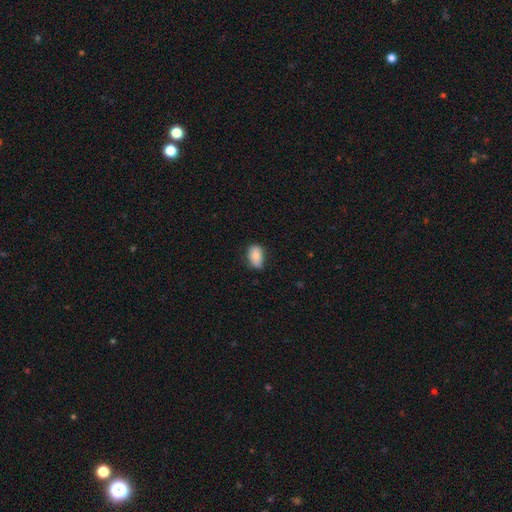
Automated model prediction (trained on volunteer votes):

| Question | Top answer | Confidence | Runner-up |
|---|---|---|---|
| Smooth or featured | smooth | 78% | featured or disk (15%) |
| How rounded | in between | 88% | round (10%) |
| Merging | none | 65% | minor disturbance (28%) |